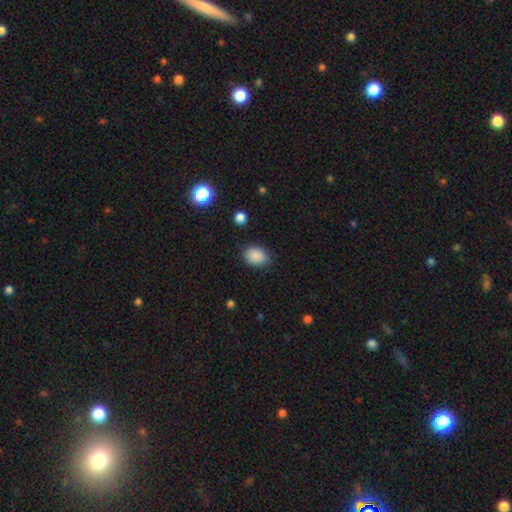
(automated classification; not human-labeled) The model was most divided on "how rounded": in between: 69%, round: 30%, cigar-shaped: 1%. More confident: smooth or featured — smooth (88%); merging — none (81%).